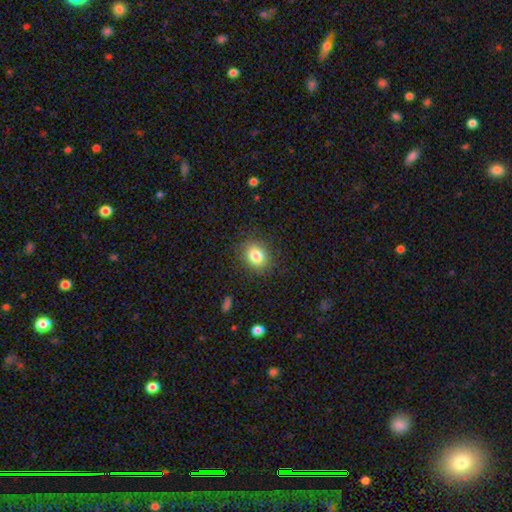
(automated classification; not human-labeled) The model was most divided on "how rounded": round: 55%, in between: 44%, cigar-shaped: 1%. More confident: merging — none (85%); smooth or featured — smooth (83%).